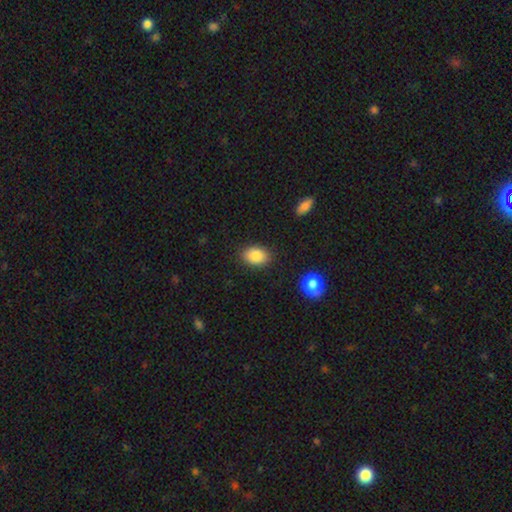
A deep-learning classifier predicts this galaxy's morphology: smooth-or-featured: smooth: 87% | star or artifact: 8% | featured or disk: 5%
  how-rounded: in between: 80% | round: 19% | cigar-shaped: 1%
  merging: none: 86% | minor disturbance: 10% | major disturbance: 3% | merger: 2%